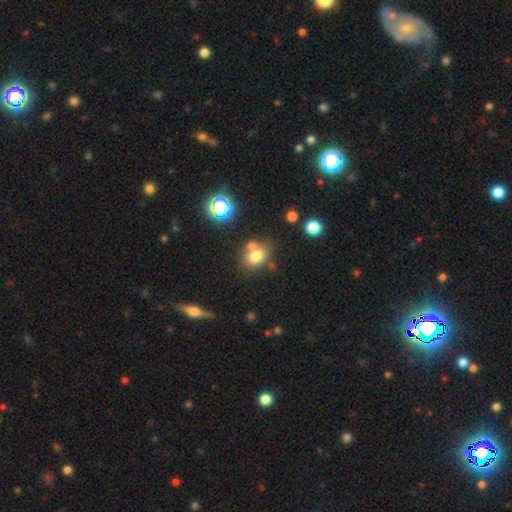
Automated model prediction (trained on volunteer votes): Smooth or featured? Predicted: smooth (p=0.75). How rounded? Predicted: in between (p=0.56). Merging? Predicted: none (p=0.55).